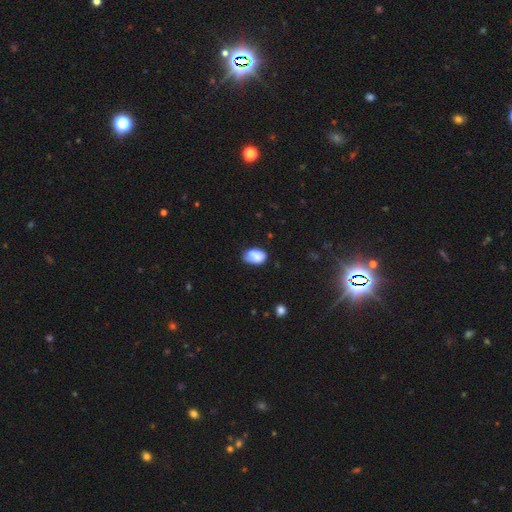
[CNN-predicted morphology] Smooth or featured? Predicted: smooth (p=0.80). How rounded? Predicted: in between (p=0.88). Merging? Predicted: none (p=0.58).